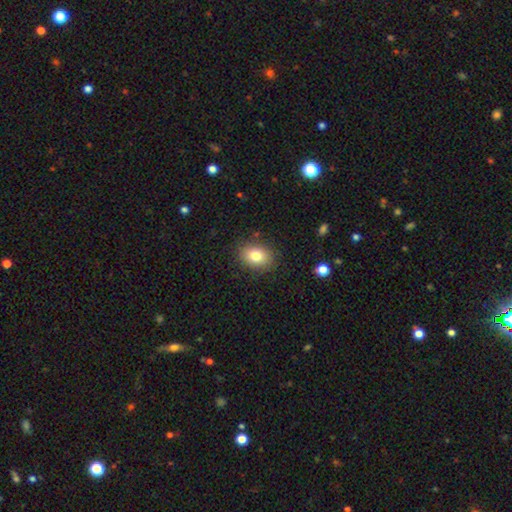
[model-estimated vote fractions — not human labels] Smooth or featured?
  - smooth: 79% *
  - featured or disk: 11%
  - star or artifact: 10%
How rounded?
  - in between: 65% *
  - round: 34%
  - cigar-shaped: 1%
Merging?
  - none: 86% *
  - minor disturbance: 10%
  - major disturbance: 3%
  - merger: 1%